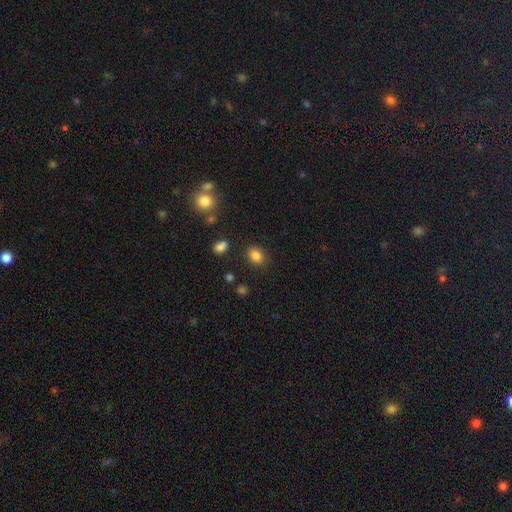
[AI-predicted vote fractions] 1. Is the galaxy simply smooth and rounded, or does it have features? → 84% smooth, 11% star or artifact, 5% featured or disk.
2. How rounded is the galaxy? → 59% in between, 40% round, 1% cigar-shaped.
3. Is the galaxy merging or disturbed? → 85% none, 10% minor disturbance, 3% major disturbance, 3% merger.